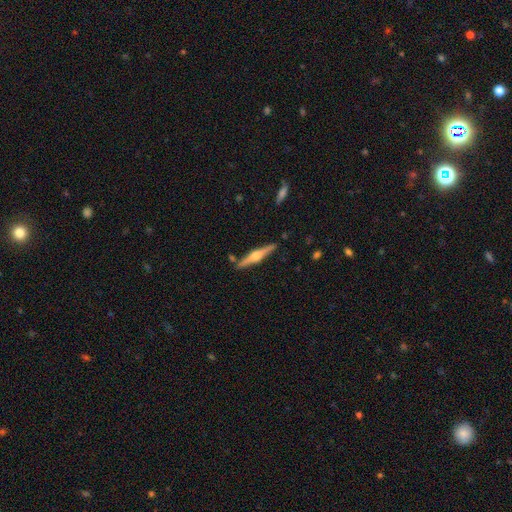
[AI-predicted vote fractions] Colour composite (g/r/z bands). It shows a featured or disk galaxy (75%) viewed edge-on (98%) with a rounded central bulge (91%). Merging: none (88%).